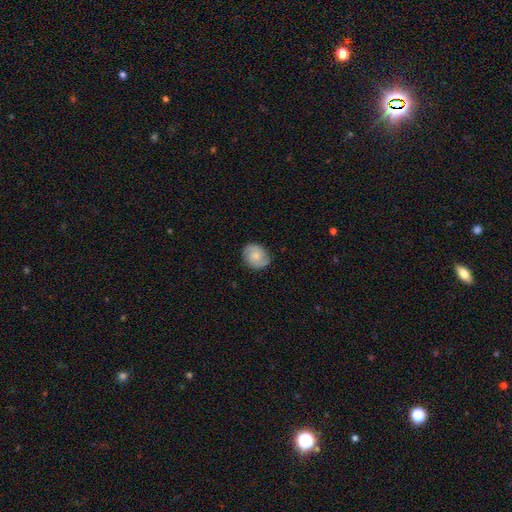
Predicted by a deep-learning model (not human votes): Morphology: type=featured or disk (47%); merging=none (83%).